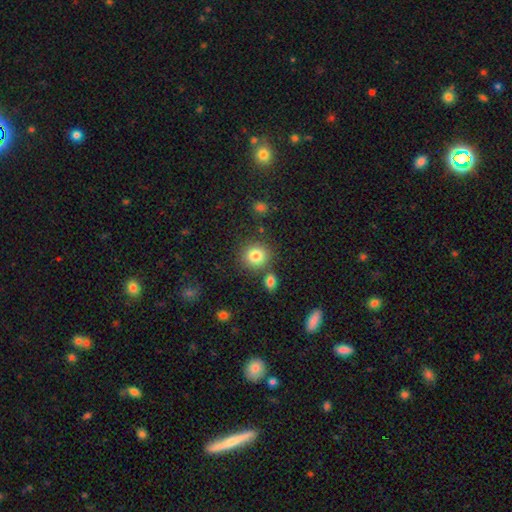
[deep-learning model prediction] This is clearly a smooth galaxy (83%). How rounded: clearly round (87%). Merging: likely none (78%).